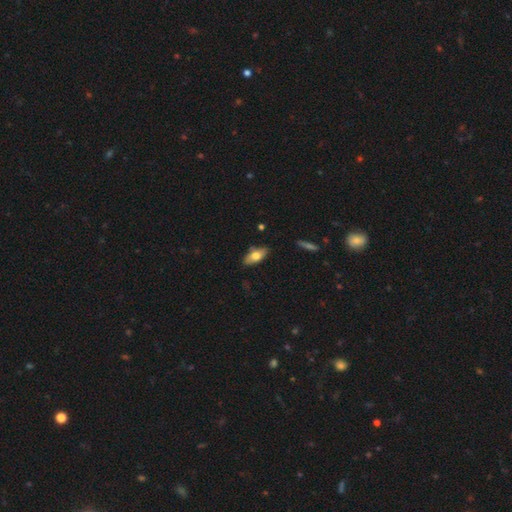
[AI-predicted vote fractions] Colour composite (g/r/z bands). It shows a smooth galaxy with no disk features (69%) that is in between round and cigar-shaped (84%). Merging: none (80%).